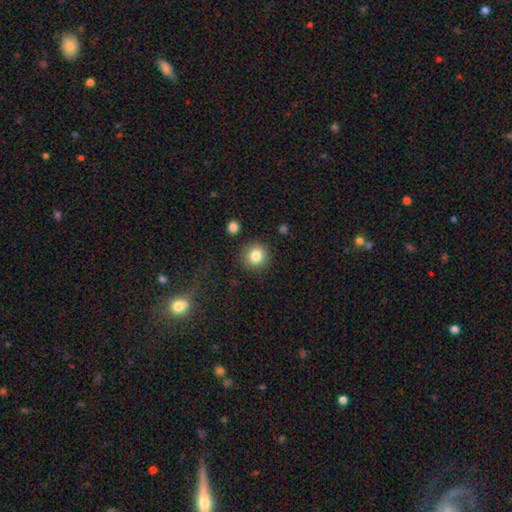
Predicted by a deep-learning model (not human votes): A smooth galaxy with no disk features (83%) that is round (92%). Merging: none (88%).